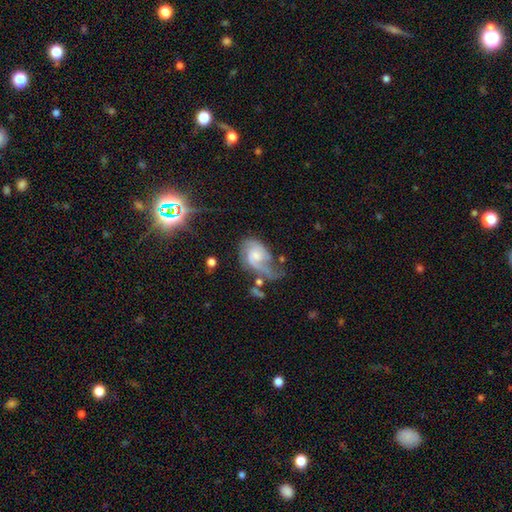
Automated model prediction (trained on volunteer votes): Smooth or featured: featured or disk — 73% (smooth — 20%)
Edge-on disk: no — 97% (yes — 3%)
Bar: no — 61% (weak — 33%)
Spiral arms: yes — 90% (no — 10%)
Spiral winding: medium — 44% (loose — 30%)
Spiral arm count: 2 — 55% (1 — 27%)
Bulge size: moderate — 39% (small — 37%)
Merging: major disturbance — 37% (none — 27%)